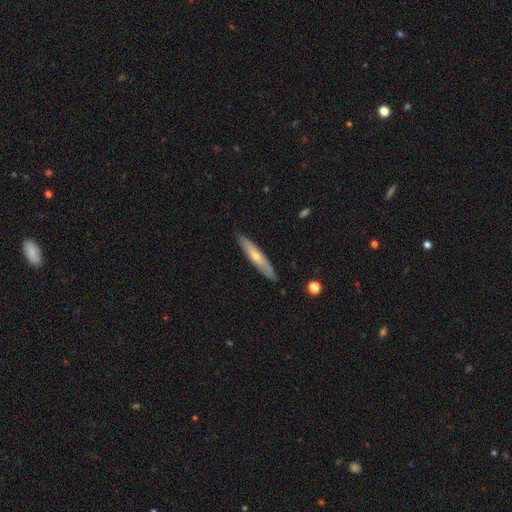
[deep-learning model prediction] Smooth or featured? featured or disk (50%)
Edge-on disk? yes (77%)
Merging? none (87%)